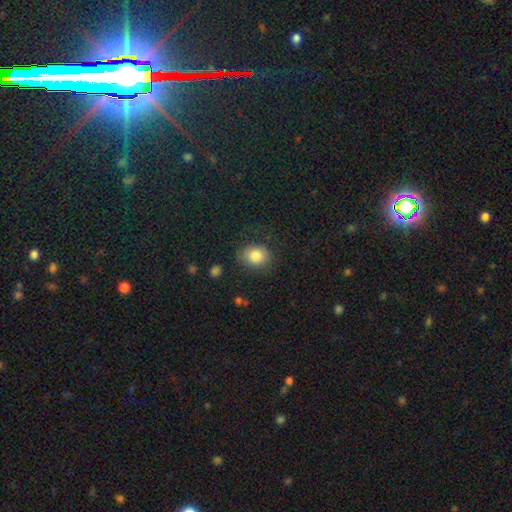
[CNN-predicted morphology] Smooth or featured: smooth — 84% (star or artifact — 9%)
How rounded: round — 62% (in between — 37%)
Merging: none — 77% (minor disturbance — 15%)